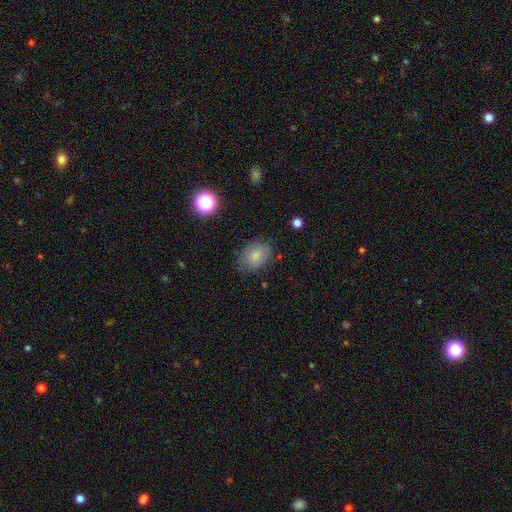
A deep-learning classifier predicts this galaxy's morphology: type=smooth (82%); roundness=in between (80%); merging=none (77%).